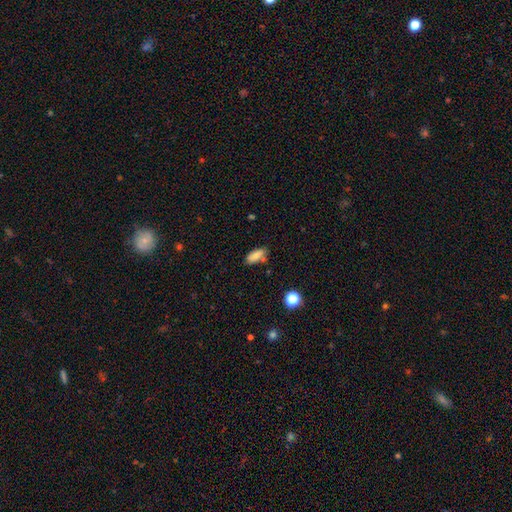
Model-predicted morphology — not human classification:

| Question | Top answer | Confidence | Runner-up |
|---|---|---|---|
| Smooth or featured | smooth | 78% | featured or disk (13%) |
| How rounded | in between | 83% | cigar-shaped (13%) |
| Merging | none | 70% | minor disturbance (18%) |